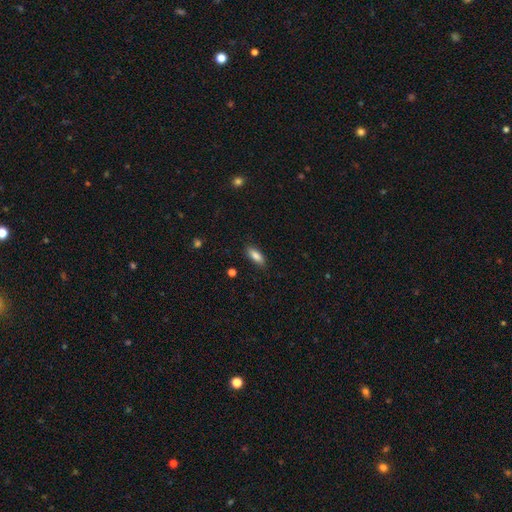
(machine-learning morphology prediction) This is clearly a smooth galaxy (85%). How rounded: likely in between (71%). Merging: clearly none (85%).